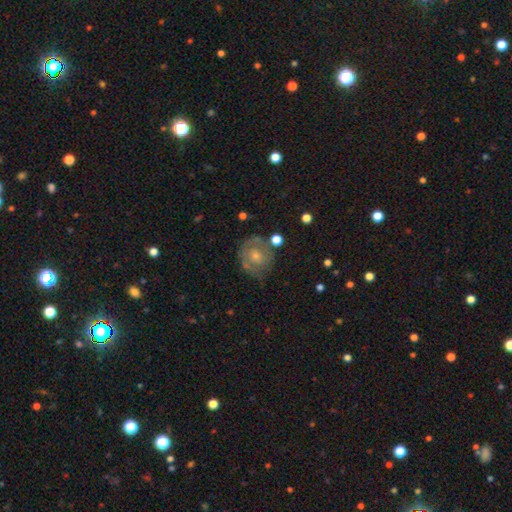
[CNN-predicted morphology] A featured or disk galaxy (60%) with no bar (74%), spiral arms (74%) and a small central bulge (50%).

Vote fractions:
- Smooth or featured? featured or disk: 60% / smooth: 28% / star or artifact: 12%
- Edge-on disk? no: 97% / yes: 3%
- Bar? no: 74% / weak: 22% / strong: 4%
- Spiral arms? yes: 74% / no: 26%
- Bulge size? small: 50% / moderate: 43% / none: 4% / large: 2% / dominant: 1%
- Merging? none: 69% / minor disturbance: 19% / major disturbance: 9% / merger: 3%